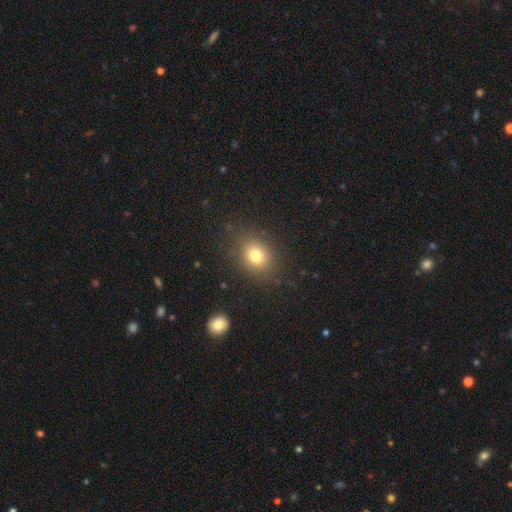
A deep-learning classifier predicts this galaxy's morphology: Smooth or featured?
  - smooth: 77% *
  - star or artifact: 13%
  - featured or disk: 9%
How rounded?
  - round: 54% *
  - in between: 45%
  - cigar-shaped: 1%
Merging?
  - none: 83% *
  - minor disturbance: 11%
  - major disturbance: 4%
  - merger: 2%